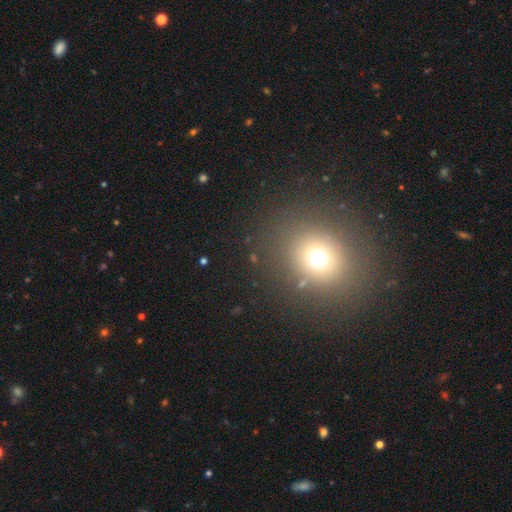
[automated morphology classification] The model was most divided on "smooth or featured": smooth: 63%, star or artifact: 27%, featured or disk: 9%. More confident: merging — none (90%); how rounded — round (80%).